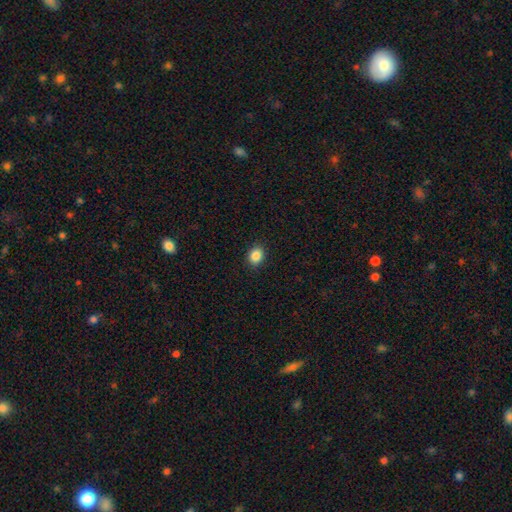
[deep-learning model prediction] Morphology: type=smooth (87%); roundness=in between (54%); merging=none (90%).